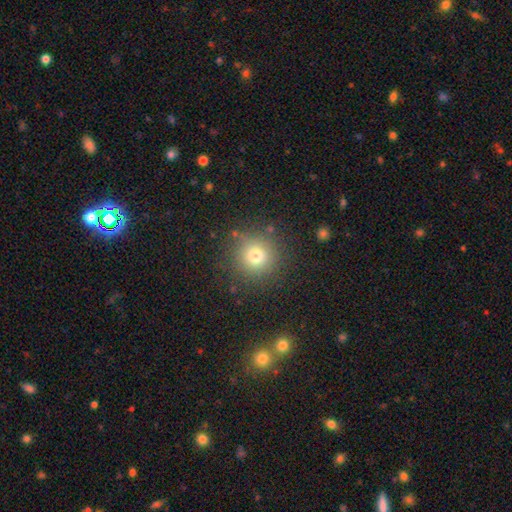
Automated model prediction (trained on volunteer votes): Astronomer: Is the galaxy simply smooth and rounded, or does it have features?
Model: smooth — 74%.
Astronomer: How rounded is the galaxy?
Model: round — 95%.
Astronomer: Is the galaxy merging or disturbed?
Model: none — 85%.